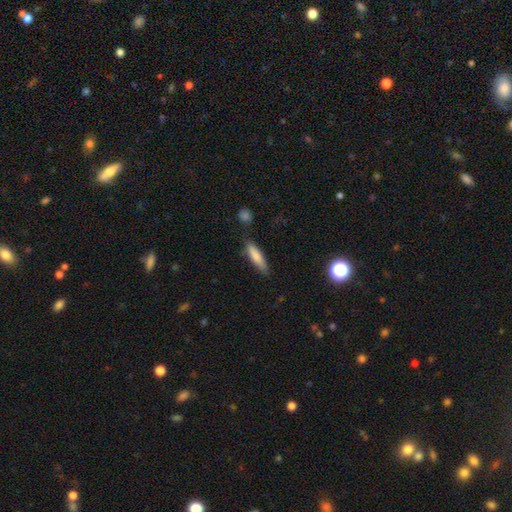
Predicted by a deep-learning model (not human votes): smooth_or_featured: smooth (p=0.80) [alt: featured or disk p=0.13]
how_rounded: cigar-shaped (p=0.73) [alt: in between p=0.25]
merging: none (p=0.73) [alt: minor disturbance p=0.18]